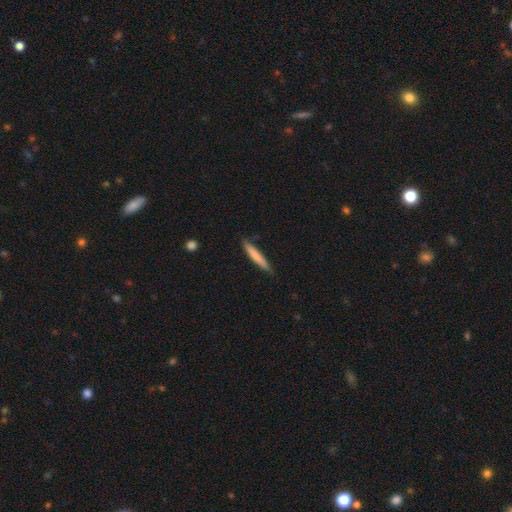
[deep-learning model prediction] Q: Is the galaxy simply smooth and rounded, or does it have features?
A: smooth — 74%.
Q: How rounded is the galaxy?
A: cigar-shaped — 93%.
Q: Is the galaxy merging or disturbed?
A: none — 83%.